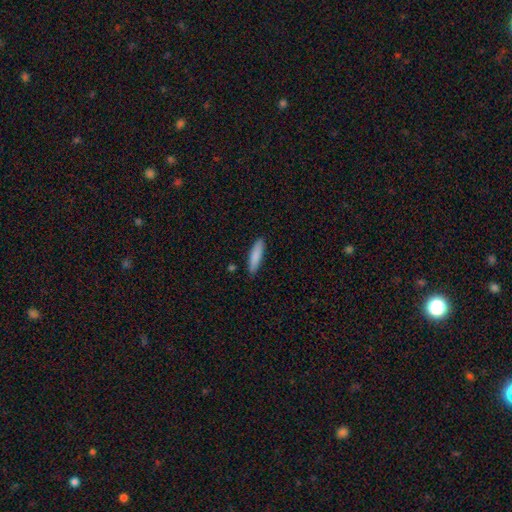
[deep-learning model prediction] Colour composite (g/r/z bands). It shows a smooth galaxy with no disk features (84%) that is cigar-shaped (78%). Merging: none (88%).